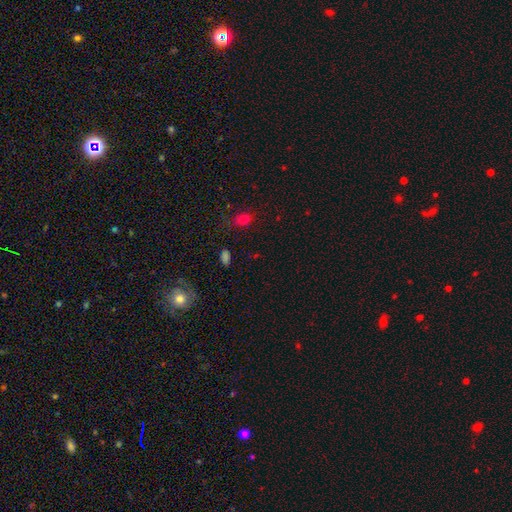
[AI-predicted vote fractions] Overall: smooth (49%; star or artifact 43%). Merging: none (79%).